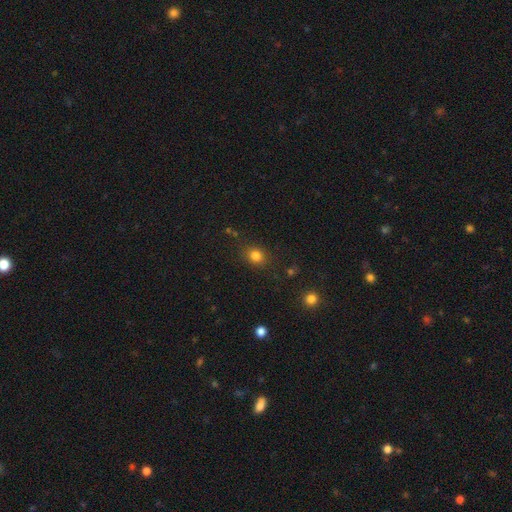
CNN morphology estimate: Smooth or featured? smooth (81%)
How rounded? round (67%)
Merging? none (82%)